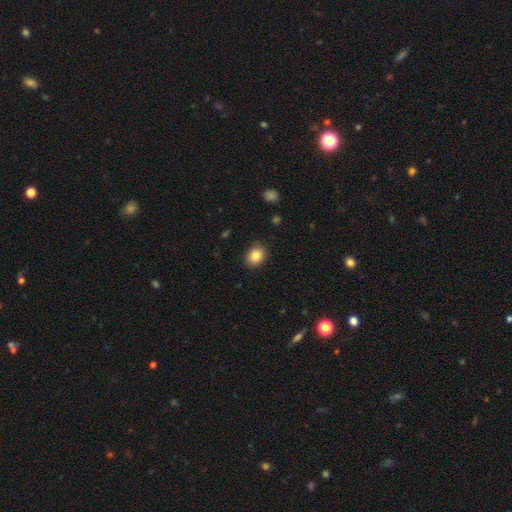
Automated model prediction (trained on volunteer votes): Morphology: type=smooth (84%); roundness=round (57%); merging=none (89%).